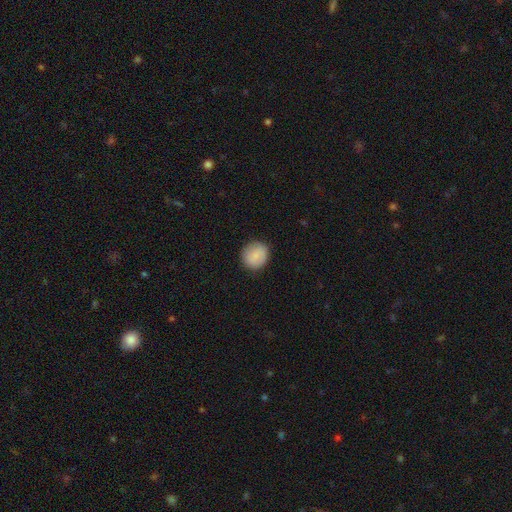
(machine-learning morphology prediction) Smooth or featured: smooth — 83% (featured or disk — 10%)
How rounded: round — 88% (in between — 11%)
Merging: none — 88% (minor disturbance — 9%)